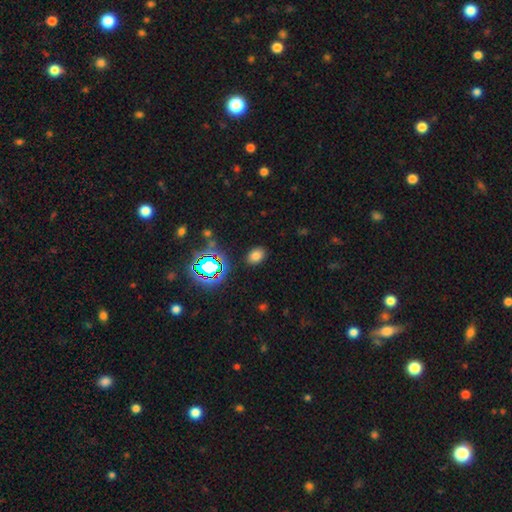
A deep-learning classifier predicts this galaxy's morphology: This is likely a smooth galaxy (72%). How rounded: likely in between (75%). Merging: clearly none (86%).